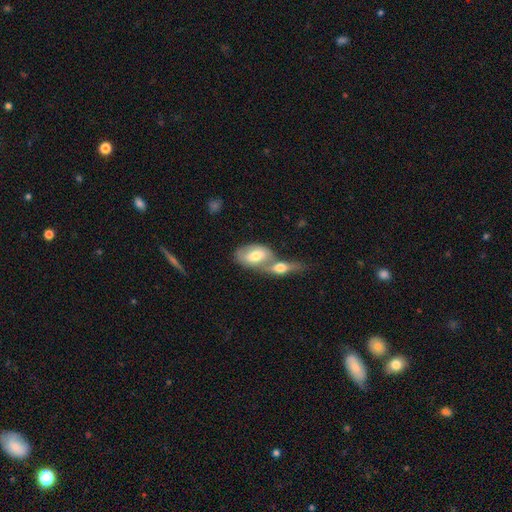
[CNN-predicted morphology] Smooth or featured? Predicted: smooth (p=0.59). How rounded? Predicted: in between (p=0.90). Merging? Predicted: merger (p=0.64).